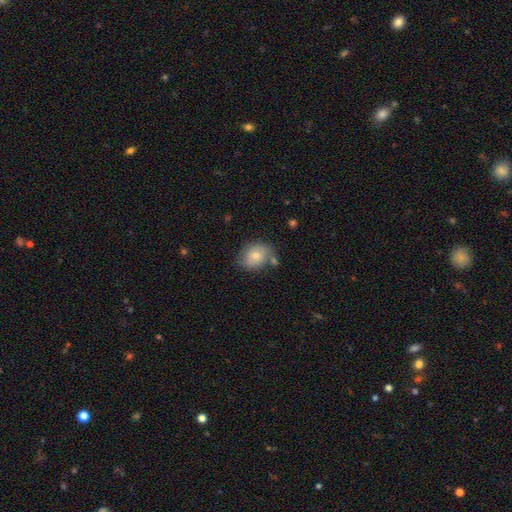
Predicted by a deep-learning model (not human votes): Overall: smooth (76%). How rounded: in between (52%; round 47%). Merging: none (61%; minor disturbance 22%).